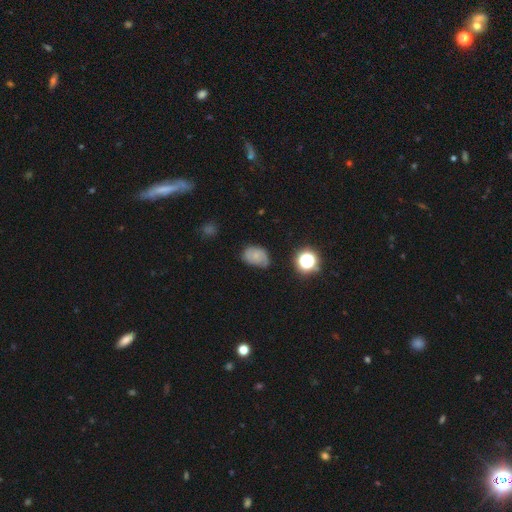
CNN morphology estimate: This is possibly a smooth galaxy (46%). Merging: possibly none (52%).